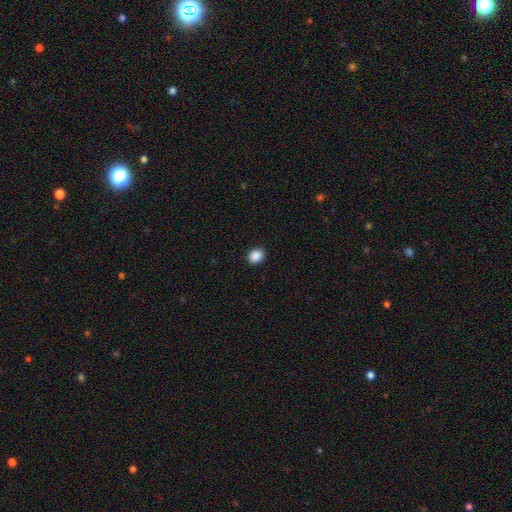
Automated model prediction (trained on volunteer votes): This is clearly a smooth galaxy (89%). How rounded: possibly round (57%). Merging: clearly none (91%).